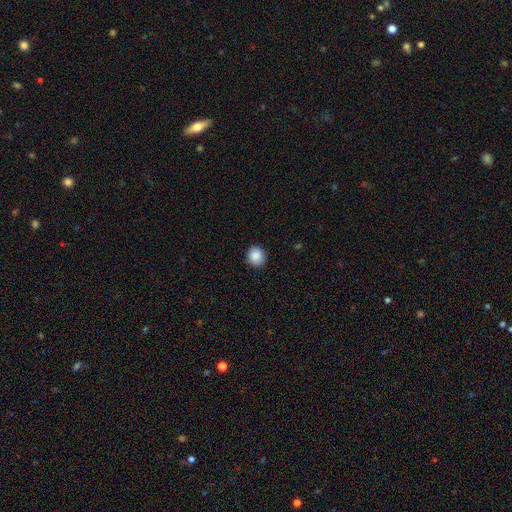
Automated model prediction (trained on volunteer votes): Smooth or featured: smooth — 88% (star or artifact — 8%)
How rounded: round — 83% (in between — 16%)
Merging: none — 90% (minor disturbance — 7%)